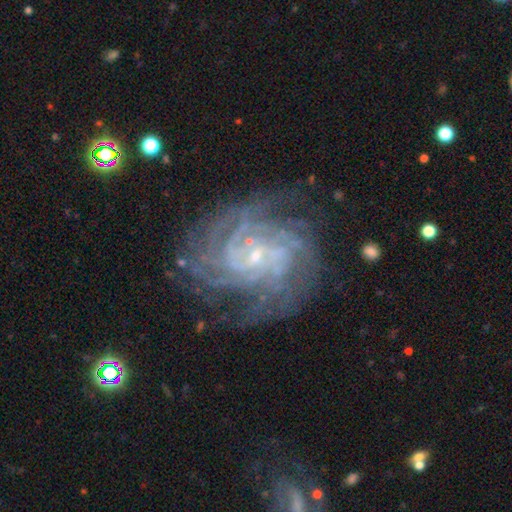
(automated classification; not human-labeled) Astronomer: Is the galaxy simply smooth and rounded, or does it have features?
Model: featured or disk — 89%.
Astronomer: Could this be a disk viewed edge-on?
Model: no — 97%.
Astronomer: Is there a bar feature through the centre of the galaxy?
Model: no — 54% (runner-up: weak, 34%).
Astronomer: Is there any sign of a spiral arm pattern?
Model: yes — 98%.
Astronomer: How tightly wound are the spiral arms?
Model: tight — 72%.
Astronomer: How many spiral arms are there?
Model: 4 — 26% (runner-up: more than 4, 23%).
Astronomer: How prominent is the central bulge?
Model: small — 84%.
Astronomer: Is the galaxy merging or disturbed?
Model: none — 75%.